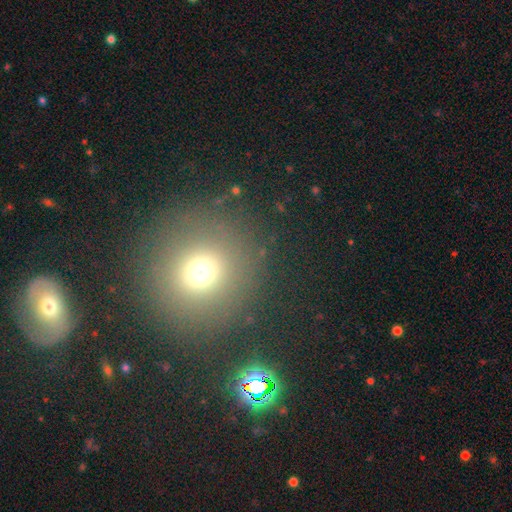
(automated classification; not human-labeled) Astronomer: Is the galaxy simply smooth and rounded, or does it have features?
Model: smooth — 65%.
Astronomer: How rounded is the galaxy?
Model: round — 91%.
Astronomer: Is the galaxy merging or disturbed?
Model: none — 84%.